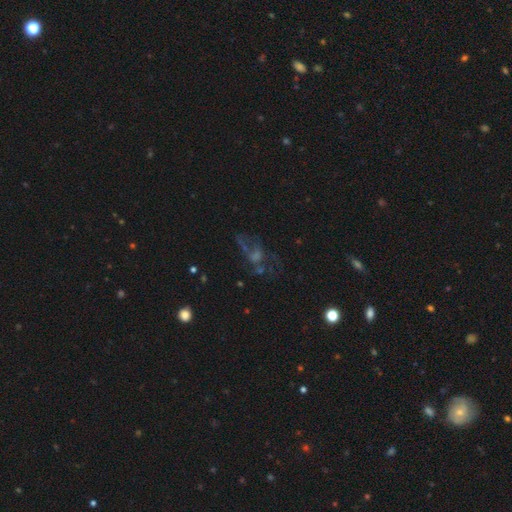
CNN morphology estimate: A featured or disk galaxy (46%).

Vote fractions:
- Smooth or featured? featured or disk: 46% / star or artifact: 32% / smooth: 22%
- Merging? none: 44% / major disturbance: 31% / minor disturbance: 16% / merger: 9%